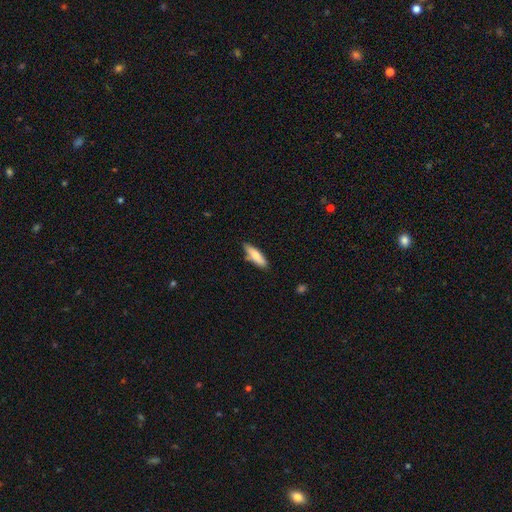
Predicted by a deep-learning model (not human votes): Q: Smooth or featured?
A: smooth (75%); runner-up: featured or disk (19%)
Q: How rounded?
A: cigar-shaped (63%); runner-up: in between (36%)
Q: Merging?
A: none (79%); runner-up: minor disturbance (15%)